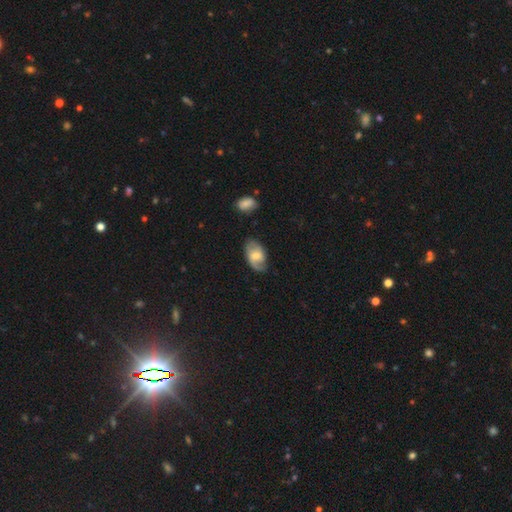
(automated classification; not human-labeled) Q: Smooth or featured?
A: featured or disk (56%); runner-up: smooth (37%)
Q: Edge-on disk?
A: no (95%); runner-up: yes (5%)
Q: Bar?
A: weak (50%); runner-up: no (38%)
Q: Spiral arms?
A: yes (84%); runner-up: no (16%)
Q: Bulge size?
A: moderate (53%); runner-up: small (34%)
Q: Merging?
A: none (67%); runner-up: minor disturbance (24%)